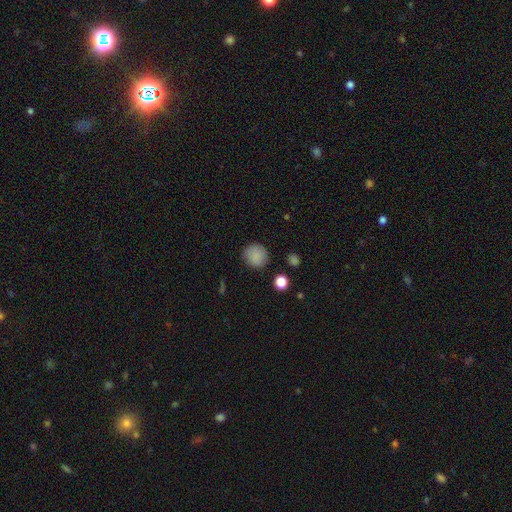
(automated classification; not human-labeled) Morphology: type=smooth (86%); roundness=round (91%); merging=none (86%).